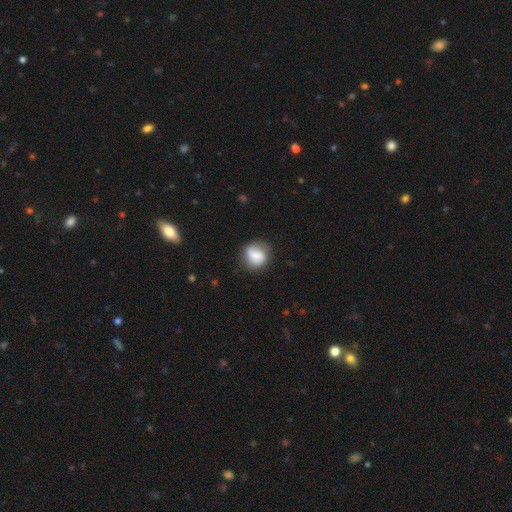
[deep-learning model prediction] Smooth or featured? Predicted: smooth (p=0.63). How rounded? Predicted: round (p=0.80). Merging? Predicted: none (p=0.70).